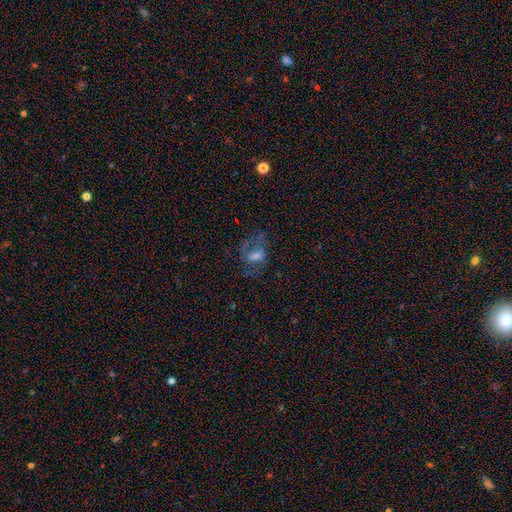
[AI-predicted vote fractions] Smooth or featured? Predicted: featured or disk (p=0.54). Edge-on disk? Predicted: no (p=0.94). Bar? Predicted: no (p=0.43). Spiral arms? Predicted: yes (p=0.54). Bulge size? Predicted: moderate (p=0.40). Merging? Predicted: none (p=0.47).